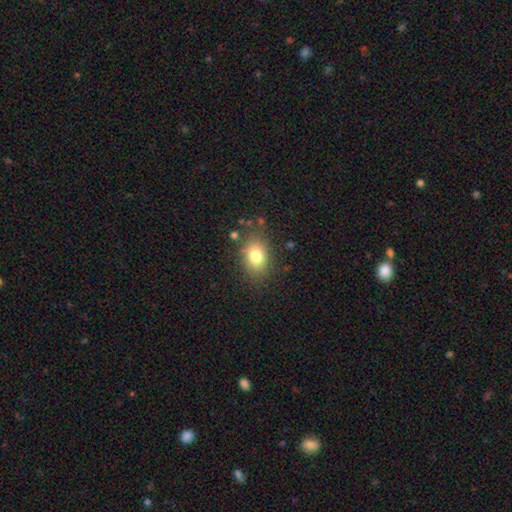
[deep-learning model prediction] Smooth or featured? smooth (79%)
How rounded? in between (75%)
Merging? none (79%)